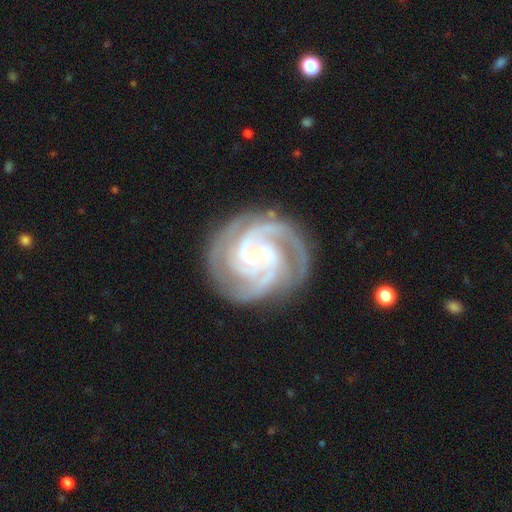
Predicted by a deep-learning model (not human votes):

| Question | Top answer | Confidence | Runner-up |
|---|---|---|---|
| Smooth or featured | featured or disk | 92% | star or artifact (4%) |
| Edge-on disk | no | 98% | yes (2%) |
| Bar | no | 61% | weak (28%) |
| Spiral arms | yes | 99% | no (1%) |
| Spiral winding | tight | 66% | medium (31%) |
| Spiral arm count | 3 | 50% | 4 (17%) |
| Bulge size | small | 74% | moderate (23%) |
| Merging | none | 81% | minor disturbance (13%) |